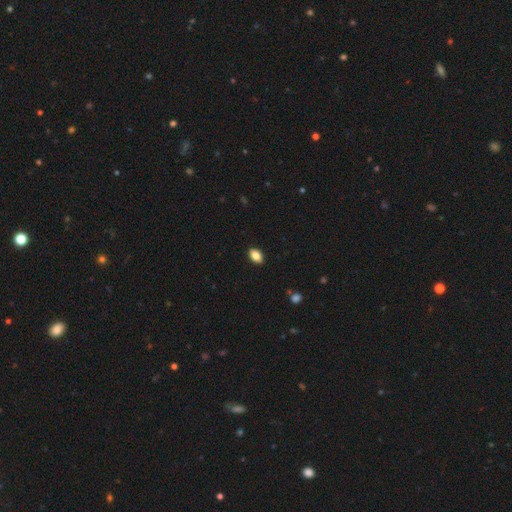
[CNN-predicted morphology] This appears to be a smooth galaxy with no disk features (85%) that is in between round and cigar-shaped (87%). Merging: none (90%).